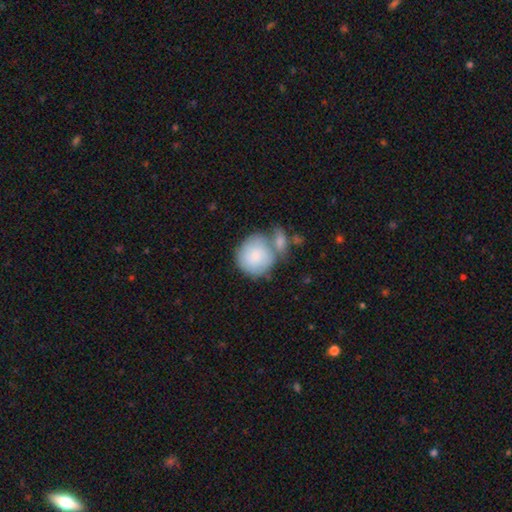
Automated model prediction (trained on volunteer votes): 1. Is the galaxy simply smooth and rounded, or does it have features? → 77% smooth, 17% featured or disk, 6% star or artifact.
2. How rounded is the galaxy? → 89% round, 10% in between, 1% cigar-shaped.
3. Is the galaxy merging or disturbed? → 42% none, 37% merger, 15% minor disturbance, 6% major disturbance.